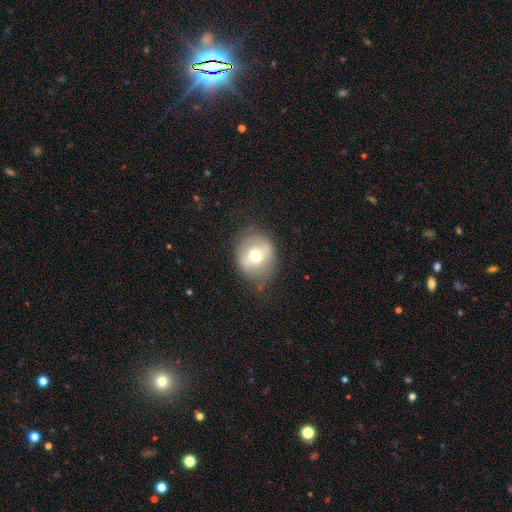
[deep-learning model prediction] The model was most divided on "smooth or featured": smooth: 61%, featured or disk: 30%, star or artifact: 9%. More confident: how rounded — round (76%); merging — none (72%).